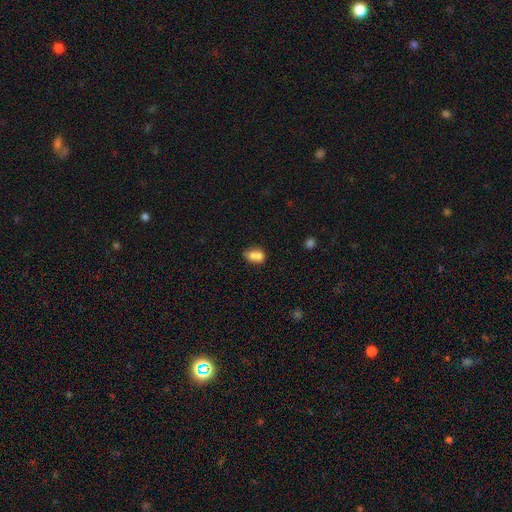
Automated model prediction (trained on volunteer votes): Smooth or featured? smooth (74%)
How rounded? in between (64%)
Merging? merger (56%)